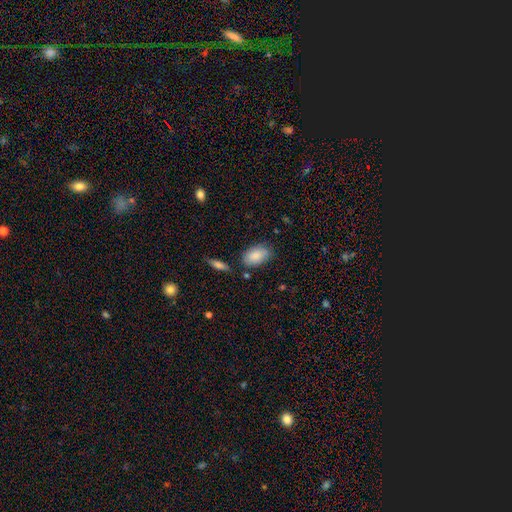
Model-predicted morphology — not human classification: smooth-or-featured: smooth: 86% | featured or disk: 7% | star or artifact: 6%
  how-rounded: in between: 93% | round: 5% | cigar-shaped: 2%
  merging: none: 74% | minor disturbance: 17% | merger: 5% | major disturbance: 4%